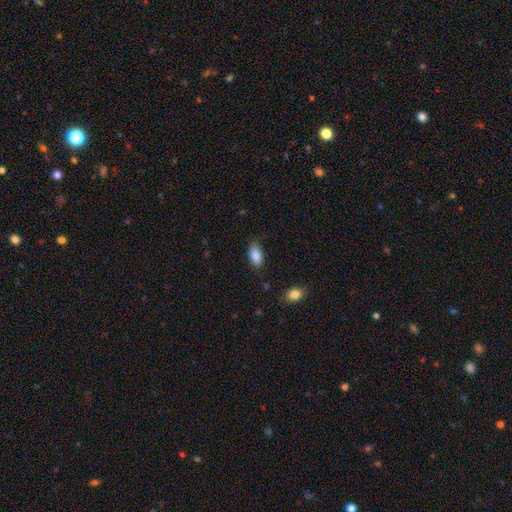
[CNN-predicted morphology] Smooth or featured? smooth (87%)
How rounded? in between (91%)
Merging? none (77%)